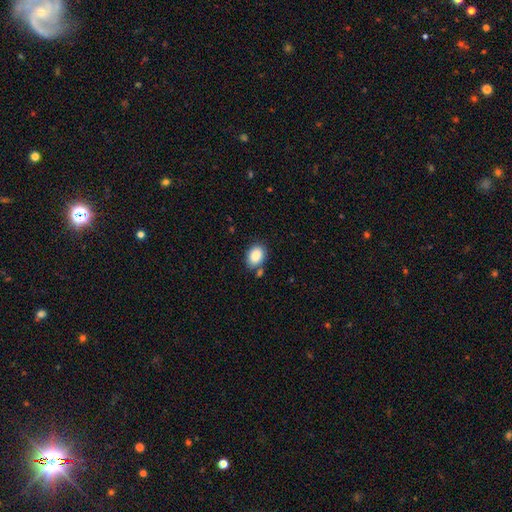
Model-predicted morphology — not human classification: A smooth galaxy with no disk features (88%) that is in between round and cigar-shaped (76%).

Vote fractions:
- Smooth or featured? smooth: 88% / star or artifact: 8% / featured or disk: 5%
- How rounded? in between: 76% / round: 23% / cigar-shaped: 1%
- Merging? none: 74% / minor disturbance: 15% / merger: 8% / major disturbance: 4%